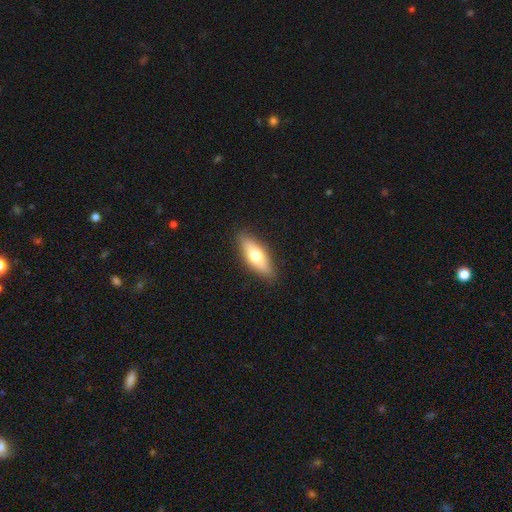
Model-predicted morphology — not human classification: This is likely a smooth galaxy (64%). How rounded: likely in between (61%). Merging: clearly none (88%).